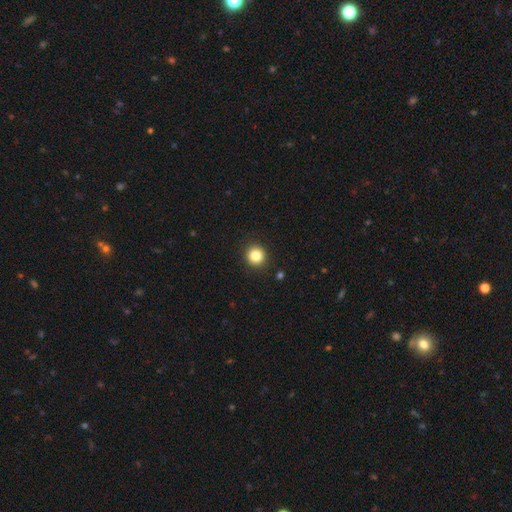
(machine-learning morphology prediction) A smooth galaxy with no disk features (84%) that is round (92%).

Vote fractions:
- Smooth or featured? smooth: 84% / star or artifact: 11% / featured or disk: 5%
- How rounded? round: 92% / in between: 7% / cigar-shaped: 1%
- Merging? none: 92% / minor disturbance: 5% / major disturbance: 2% / merger: 1%